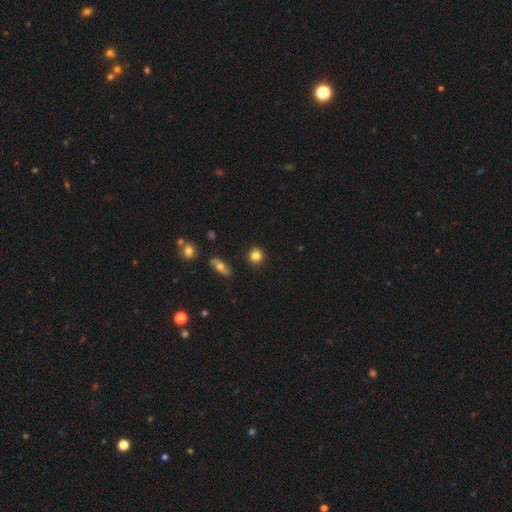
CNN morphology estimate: A smooth galaxy with no disk features (83%) that is round (91%). Merging: none (89%).